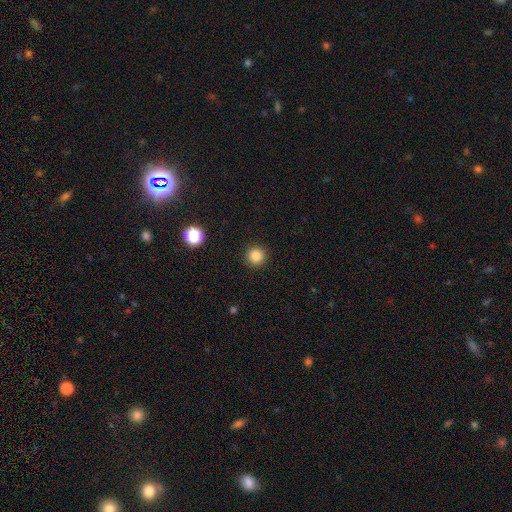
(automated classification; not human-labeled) smooth 84%, star or artifact 12%, featured or disk 4%. Down the decision tree: how rounded — round (95%); merging — none (92%).